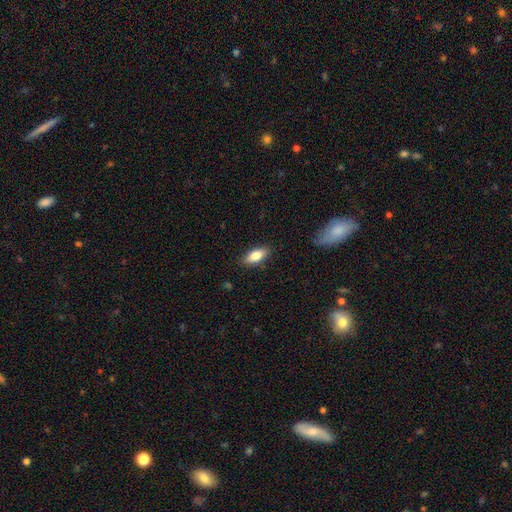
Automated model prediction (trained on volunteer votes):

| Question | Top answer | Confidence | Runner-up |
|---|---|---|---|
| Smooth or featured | smooth | 81% | featured or disk (13%) |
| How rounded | in between | 82% | cigar-shaped (15%) |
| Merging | none | 87% | minor disturbance (10%) |